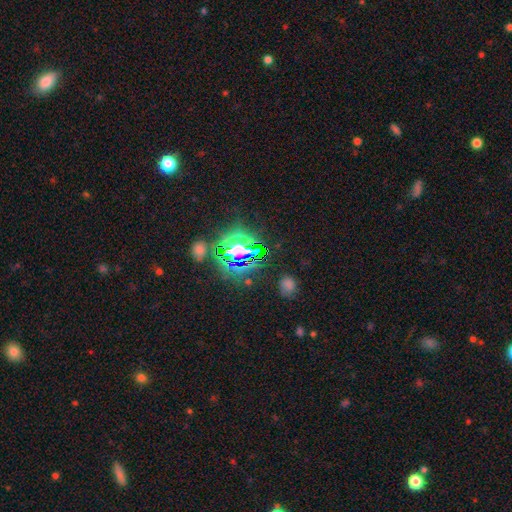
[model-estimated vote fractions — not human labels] Morphology: type=star or artifact (73%).